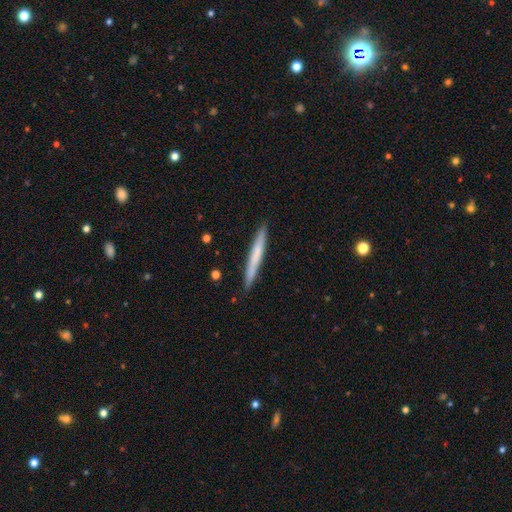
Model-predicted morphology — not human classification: Smooth or featured?
  - smooth: 61% *
  - featured or disk: 34%
  - star or artifact: 5%
How rounded?
  - cigar-shaped: 97% *
  - in between: 2%
  - round: 1%
Merging?
  - none: 91% *
  - minor disturbance: 7%
  - major disturbance: 1%
  - merger: 1%